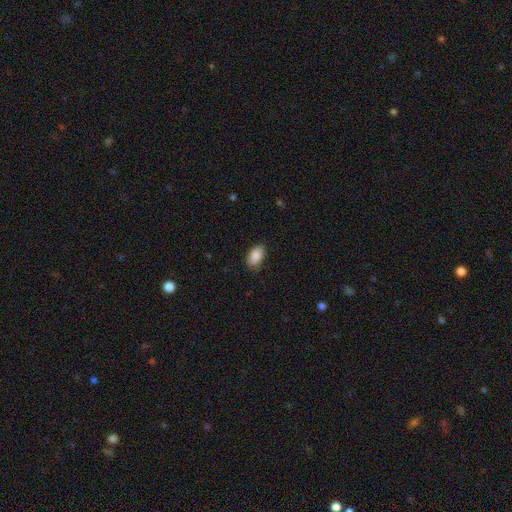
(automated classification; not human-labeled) Smooth or featured? Predicted: smooth (p=0.86). How rounded? Predicted: in between (p=0.93). Merging? Predicted: none (p=0.81).